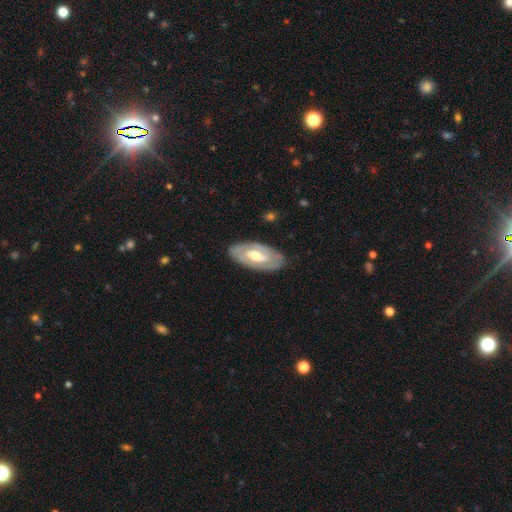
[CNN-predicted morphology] Smooth or featured? Predicted: featured or disk (p=0.69). Edge-on disk? Predicted: no (p=0.89). Bar? Predicted: weak (p=0.40). Spiral arms? Predicted: yes (p=0.56). Bulge size? Predicted: moderate (p=0.70). Merging? Predicted: none (p=0.84).